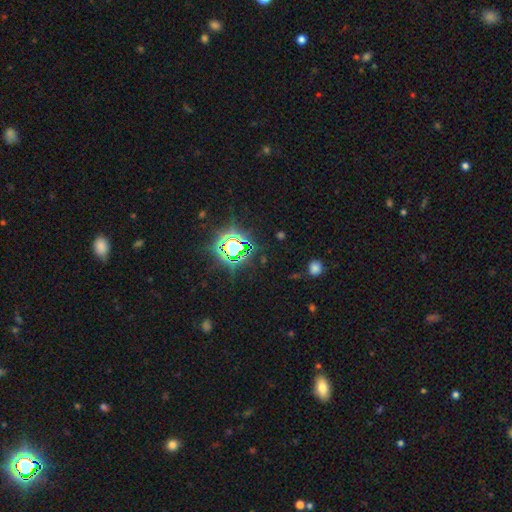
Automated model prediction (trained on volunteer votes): This is likely a star or artifact rather than a galaxy (79%).